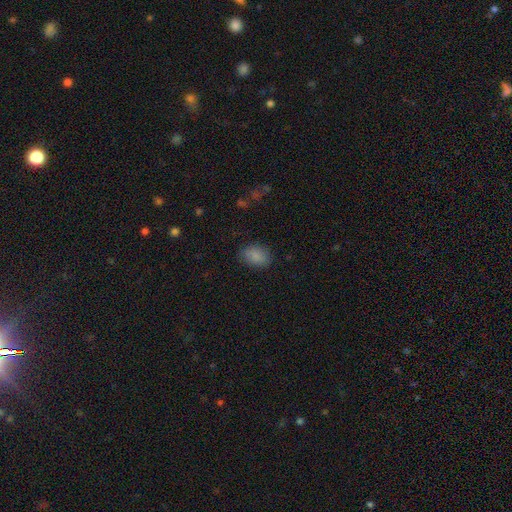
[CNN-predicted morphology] Q: Smooth or featured?
A: smooth (87%); runner-up: star or artifact (8%)
Q: How rounded?
A: in between (84%); runner-up: round (14%)
Q: Merging?
A: none (83%); runner-up: minor disturbance (13%)